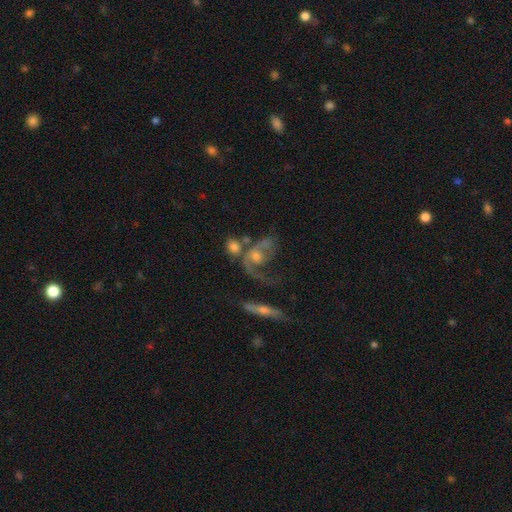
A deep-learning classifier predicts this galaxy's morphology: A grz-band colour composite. It shows a featured or disk galaxy (71%) with no bar (71%), spiral arms (76%) and a moderate central bulge (52%). Merging: merger (37%).